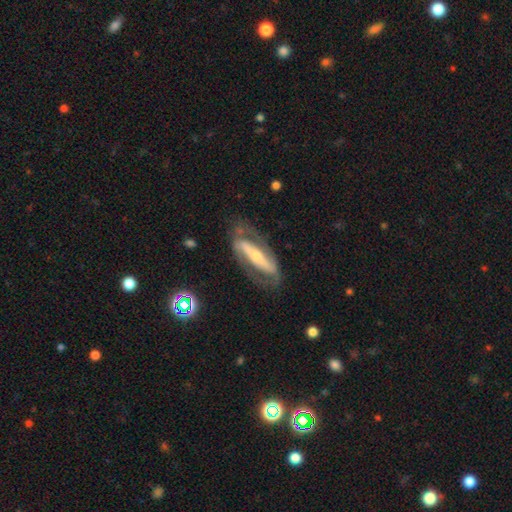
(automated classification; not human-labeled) A featured or disk galaxy (80%) with a strong bar (69%), 2 (85%) medium (41%) spiral arms (82%) and a small central bulge (57%).

Vote fractions:
- Smooth or featured? featured or disk: 80% / smooth: 14% / star or artifact: 6%
- Edge-on disk? no: 82% / yes: 18%
- Bar? strong: 69% / no: 16% / weak: 15%
- Spiral arms? yes: 82% / no: 18%
- Spiral winding? medium: 41% / tight: 31% / loose: 28%
- Spiral arm count? 2: 85% / can't tell: 8% / 1: 3% / 3: 1% / 4: 1% / more than 4: 1%
- Bulge size? small: 57% / moderate: 35% / large: 4% / none: 2% / dominant: 2%
- Merging? none: 73% / minor disturbance: 15% / major disturbance: 10% / merger: 2%